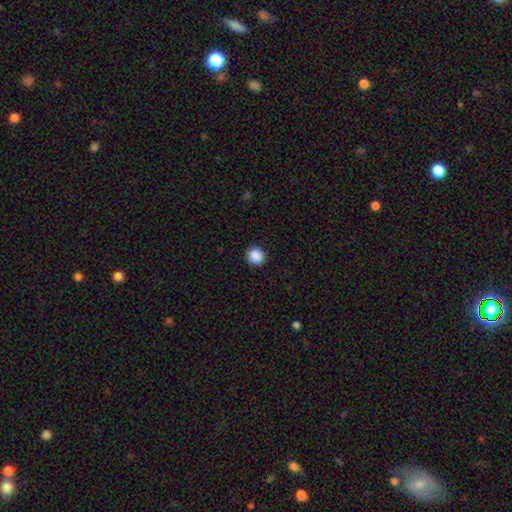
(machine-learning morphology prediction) The model was most divided on "smooth or featured": smooth: 88%, star or artifact: 9%, featured or disk: 3%. More confident: merging — none (92%); how rounded — round (91%).